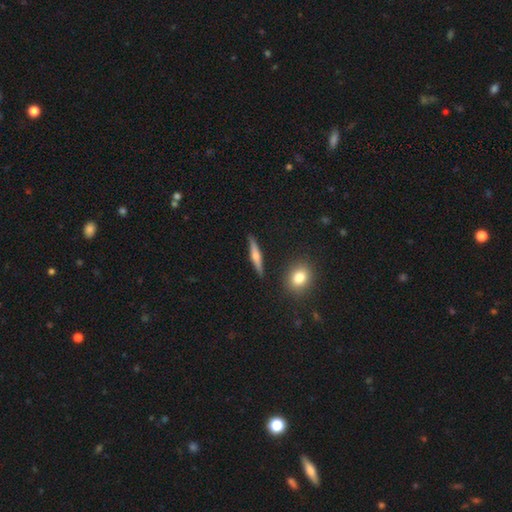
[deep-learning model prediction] Smooth or featured?
  - featured or disk: 57% *
  - smooth: 36%
  - star or artifact: 7%
Edge-on disk?
  - yes: 97% *
  - no: 3%
Edge-on bulge?
  - rounded: 85% *
  - none: 9%
  - boxy: 6%
Merging?
  - none: 90% *
  - minor disturbance: 7%
  - merger: 2%
  - major disturbance: 2%